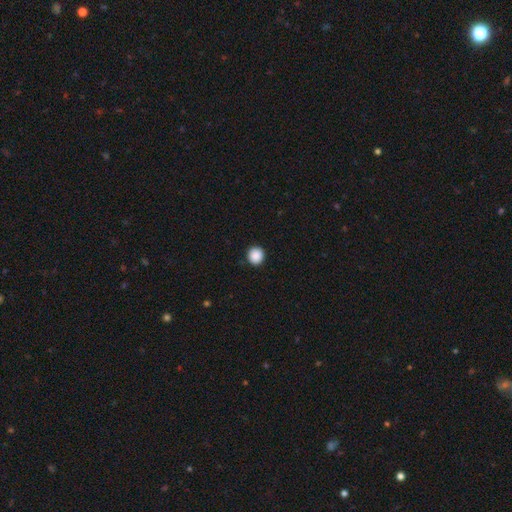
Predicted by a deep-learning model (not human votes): Overall: smooth (89%). How rounded: round (92%). Merging: none (92%).